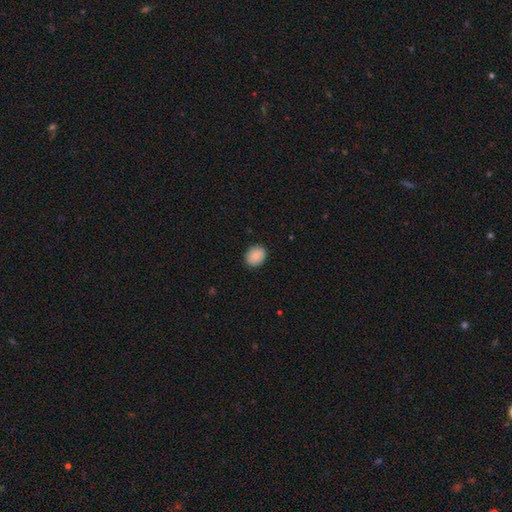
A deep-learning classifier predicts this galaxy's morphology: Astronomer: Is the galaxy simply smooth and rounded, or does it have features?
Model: smooth — 89%.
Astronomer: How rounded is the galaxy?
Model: in between — 51% (runner-up: round, 48%).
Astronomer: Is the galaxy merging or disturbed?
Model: none — 89%.